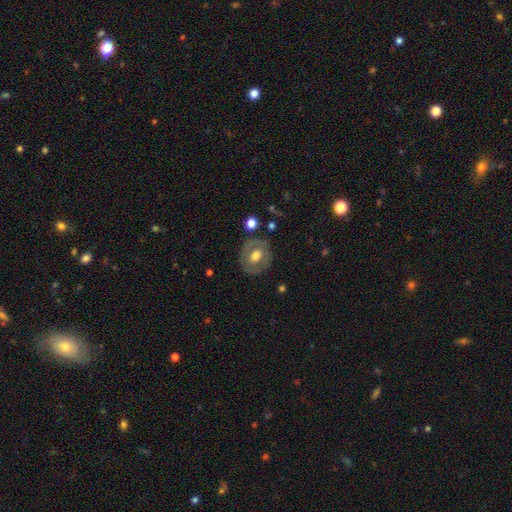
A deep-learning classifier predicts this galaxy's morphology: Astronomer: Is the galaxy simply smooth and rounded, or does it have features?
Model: smooth — 48% (runner-up: featured or disk, 45%).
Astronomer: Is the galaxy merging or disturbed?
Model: none — 80%.